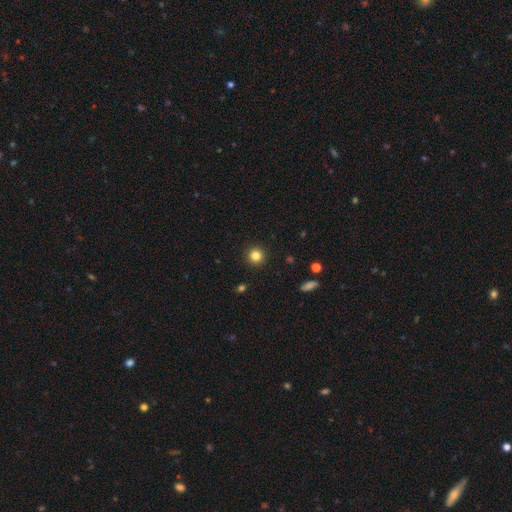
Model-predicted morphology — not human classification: The model was most divided on "smooth or featured": smooth: 83%, star or artifact: 12%, featured or disk: 5%. More confident: how rounded — round (95%); merging — none (93%).